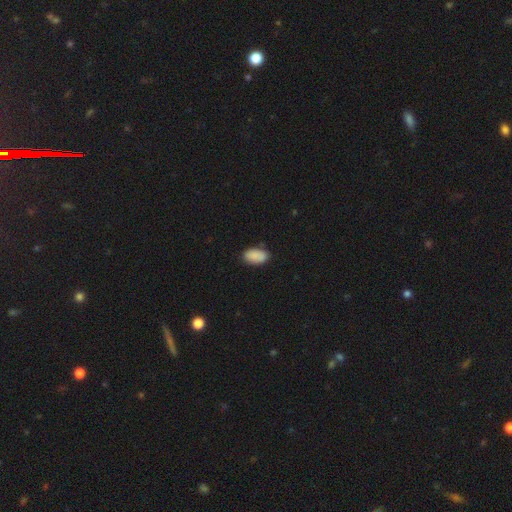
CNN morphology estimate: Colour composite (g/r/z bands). It shows a smooth galaxy with no disk features (87%) that is in between round and cigar-shaped (93%). Merging: none (80%).